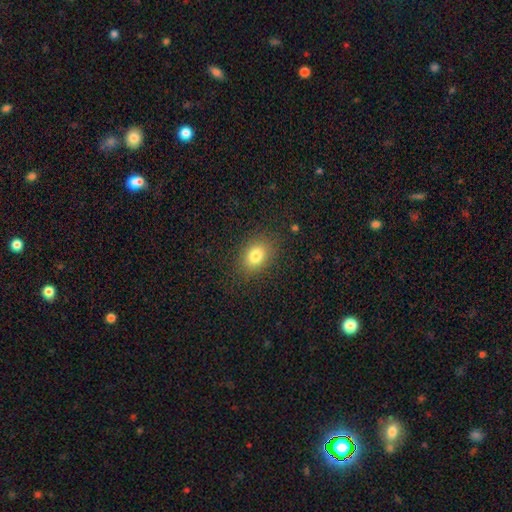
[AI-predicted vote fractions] Morphology: type=smooth (81%); roundness=in between (63%); merging=none (85%).